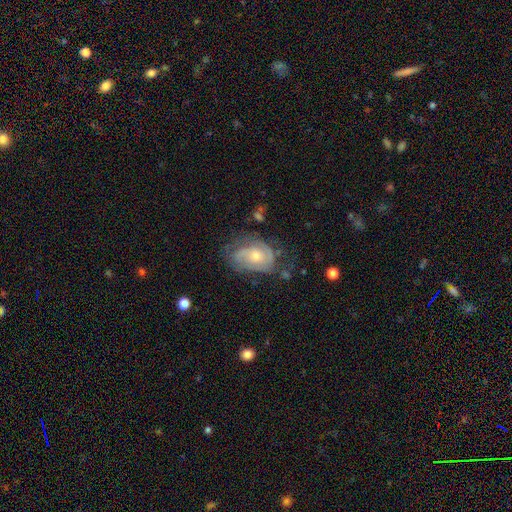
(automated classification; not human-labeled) smooth_or_featured: featured or disk (p=0.71) [alt: smooth p=0.22]
disk_edge_on: no (p=0.96) [alt: yes p=0.04]
bar: no (p=0.74) [alt: weak p=0.22]
has_spiral_arms: yes (p=0.85) [alt: no p=0.15]
spiral_winding: tight (p=0.51) [alt: medium p=0.36]
spiral_arm_count: 2 (p=0.42) [alt: can't tell p=0.34]
bulge_size: moderate (p=0.49) [alt: small p=0.46]
merging: none (p=0.54) [alt: minor disturbance p=0.27]